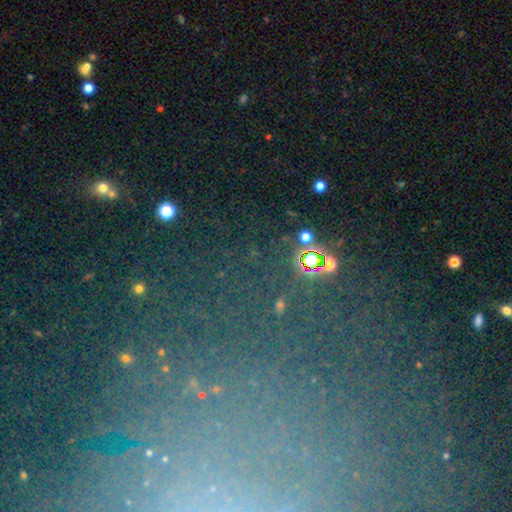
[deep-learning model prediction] A star or artifact, not a galaxy (68%).